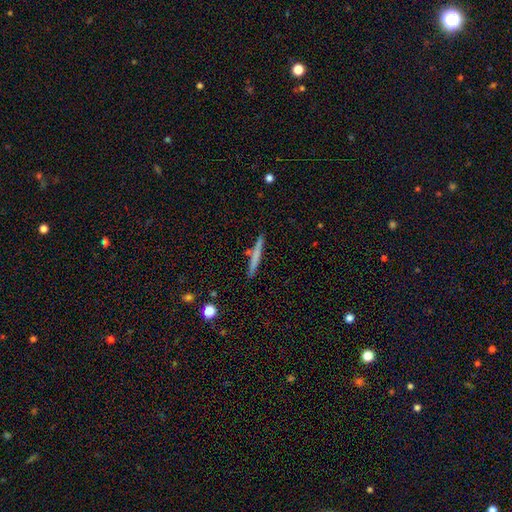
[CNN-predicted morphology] smooth-or-featured: smooth: 65% | featured or disk: 29% | star or artifact: 6%
  how-rounded: cigar-shaped: 96% | in between: 2% | round: 1%
  merging: none: 87% | minor disturbance: 8% | merger: 3% | major disturbance: 2%